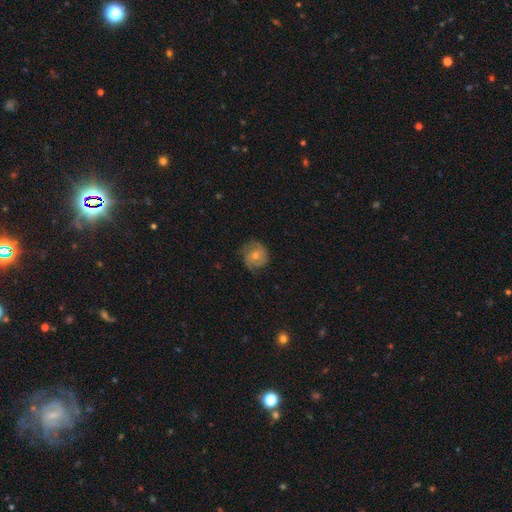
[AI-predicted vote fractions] Overall: featured or disk (53%; smooth 39%). Edge-on disk: no (97%). Bar: no (74%). Spiral arms: yes (83%). Bulge size: moderate (53%; small 41%). Merging: none (66%).